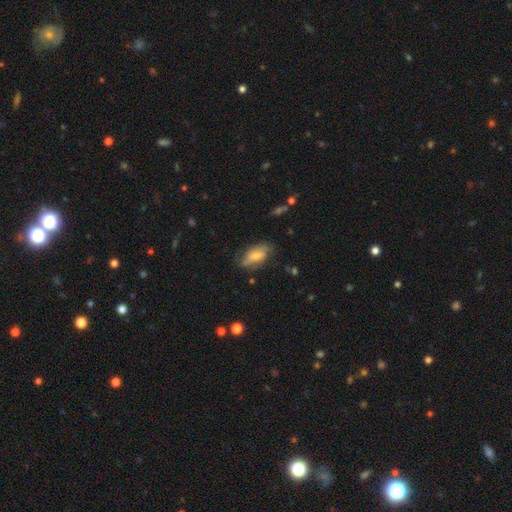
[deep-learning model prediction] smooth_or_featured: smooth (p=0.59) [alt: featured or disk p=0.33]
how_rounded: in between (p=0.87) [alt: cigar-shaped p=0.08]
merging: none (p=0.60) [alt: minor disturbance p=0.27]